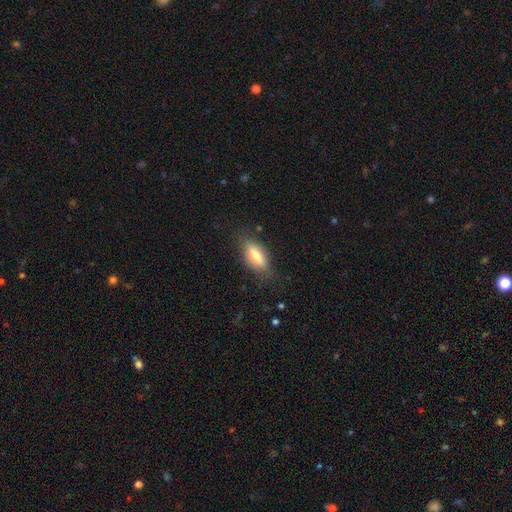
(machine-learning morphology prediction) smooth 64%, featured or disk 29%, star or artifact 7%. Down the decision tree: how rounded — in between (62%); merging — none (77%).